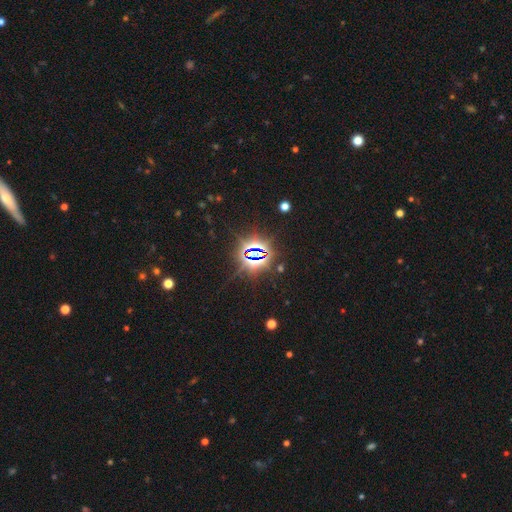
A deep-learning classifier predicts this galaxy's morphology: Smooth or featured: star or artifact — 82% (smooth — 10%)